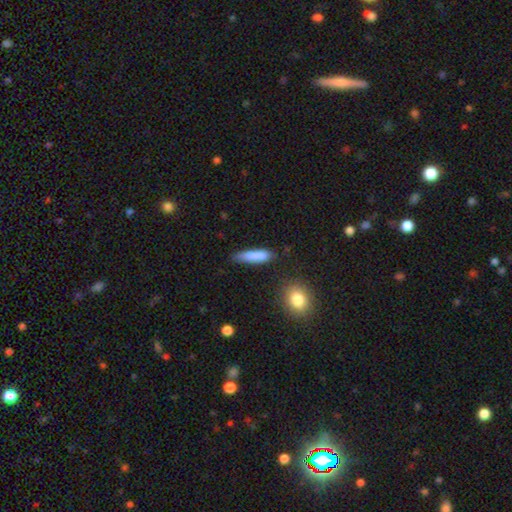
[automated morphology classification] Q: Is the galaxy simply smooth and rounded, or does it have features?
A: smooth — 84%.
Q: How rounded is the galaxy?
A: cigar-shaped — 75%.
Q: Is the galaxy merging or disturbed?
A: none — 70%.